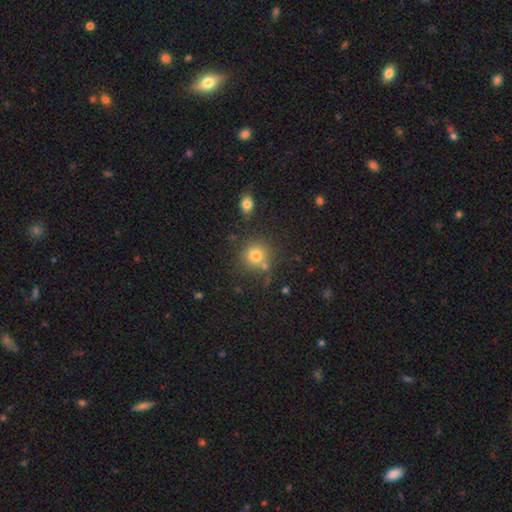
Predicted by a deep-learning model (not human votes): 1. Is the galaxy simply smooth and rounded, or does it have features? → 78% smooth, 13% star or artifact, 9% featured or disk.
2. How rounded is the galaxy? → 89% round, 10% in between, 1% cigar-shaped.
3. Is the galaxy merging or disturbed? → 71% none, 13% merger, 11% minor disturbance, 4% major disturbance.